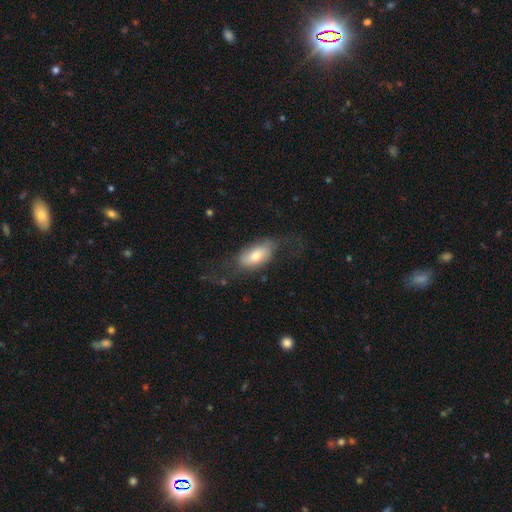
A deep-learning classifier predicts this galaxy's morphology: smooth 61%, featured or disk 32%, star or artifact 7%. Down the decision tree: how rounded — in between (88%); merging — none (46%).